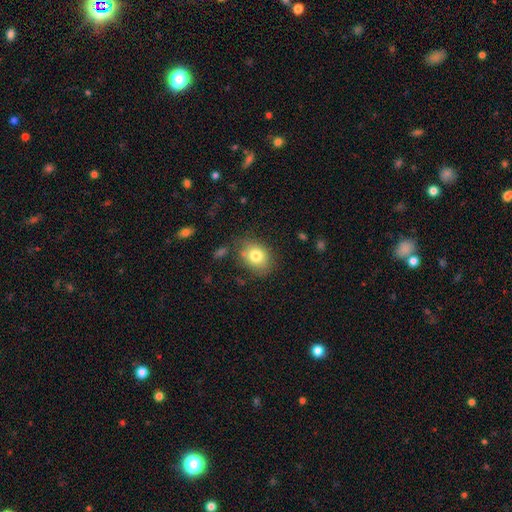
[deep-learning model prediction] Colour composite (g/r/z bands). It shows a smooth galaxy with no disk features (79%) that is in between round and cigar-shaped (52%). Merging: none (73%).